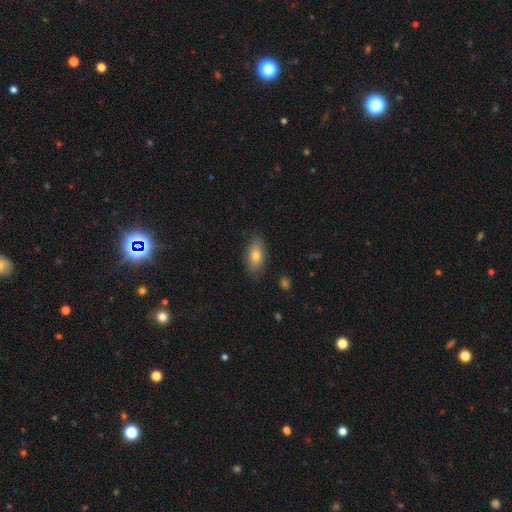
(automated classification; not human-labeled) A smooth galaxy with no disk features (76%) that is in between round and cigar-shaped (86%).

Vote fractions:
- Smooth or featured? smooth: 76% / featured or disk: 17% / star or artifact: 8%
- How rounded? in between: 86% / cigar-shaped: 10% / round: 5%
- Merging? none: 84% / minor disturbance: 12% / major disturbance: 2% / merger: 1%